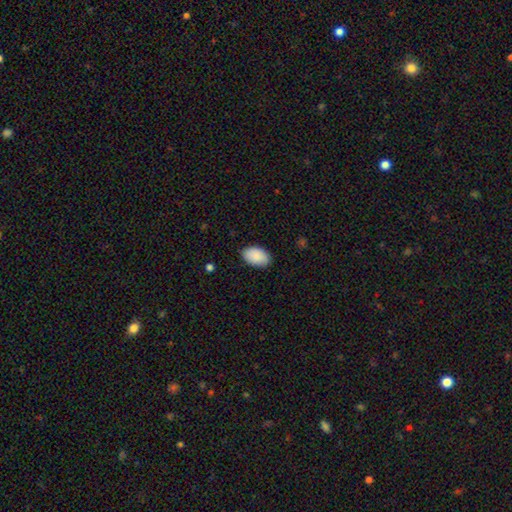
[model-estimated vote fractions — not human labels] A smooth galaxy with no disk features (90%) that is in between round and cigar-shaped (93%).

Vote fractions:
- Smooth or featured? smooth: 90% / star or artifact: 6% / featured or disk: 4%
- How rounded? in between: 93% / round: 6% / cigar-shaped: 1%
- Merging? none: 85% / minor disturbance: 12% / major disturbance: 2% / merger: 1%